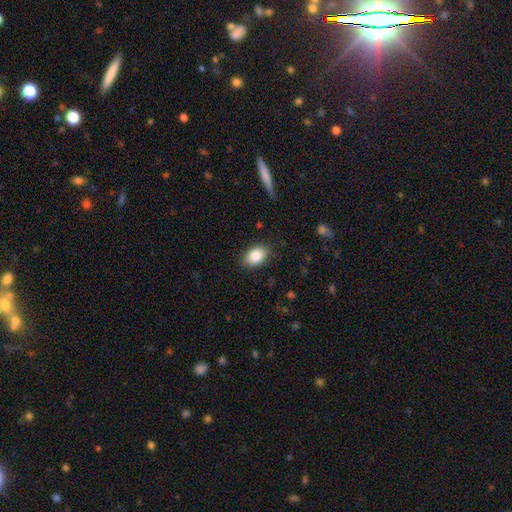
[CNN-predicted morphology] smooth 86%, star or artifact 8%, featured or disk 6%. Down the decision tree: how rounded — in between (84%); merging — none (86%).